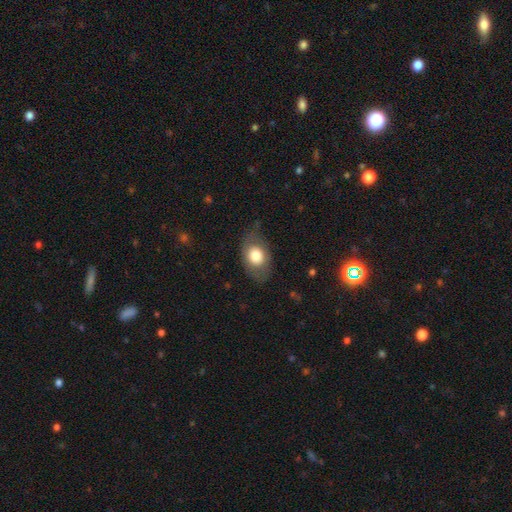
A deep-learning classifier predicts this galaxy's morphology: Q: Smooth or featured?
A: smooth (72%); runner-up: featured or disk (21%)
Q: How rounded?
A: in between (79%); runner-up: round (20%)
Q: Merging?
A: none (71%); runner-up: minor disturbance (19%)